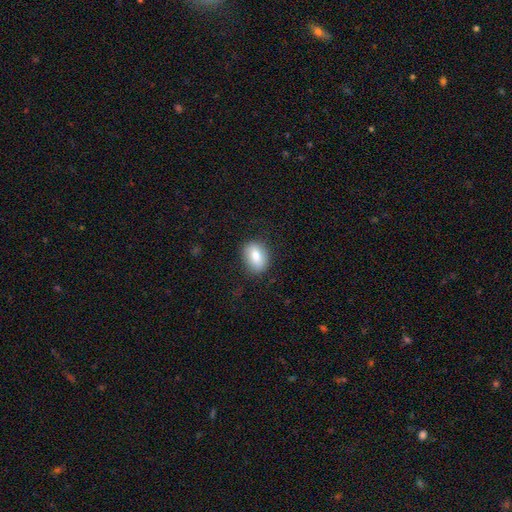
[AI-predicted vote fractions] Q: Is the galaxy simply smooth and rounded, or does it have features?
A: smooth — 81%.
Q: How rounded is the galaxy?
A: in between — 70%.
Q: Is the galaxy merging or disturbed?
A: none — 83%.